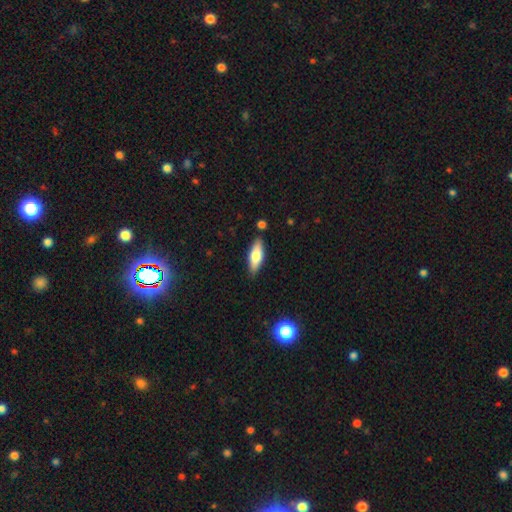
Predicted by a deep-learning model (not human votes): Q: Smooth or featured?
A: smooth (69%); runner-up: featured or disk (25%)
Q: How rounded?
A: in between (64%); runner-up: cigar-shaped (34%)
Q: Merging?
A: none (85%); runner-up: minor disturbance (11%)